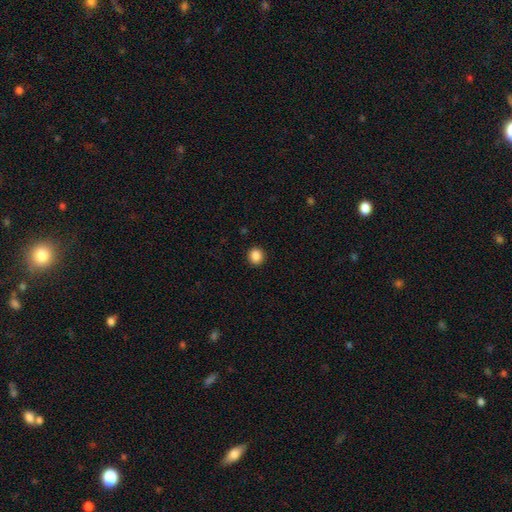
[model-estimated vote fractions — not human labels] smooth_or_featured: smooth (p=0.87) [alt: star or artifact p=0.10]
how_rounded: round (p=0.87) [alt: in between p=0.12]
merging: none (p=0.92) [alt: minor disturbance p=0.05]